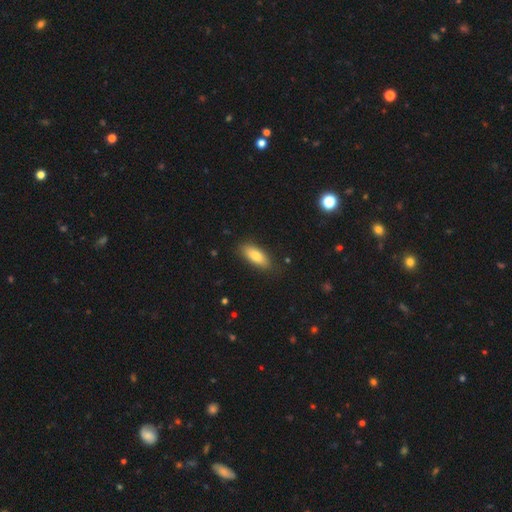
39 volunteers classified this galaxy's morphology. Smooth or featured?
  - smooth: 82% *
  - featured or disk: 13%
  - star or artifact: 5%
How rounded?
  - cigar-shaped: 50% *
  - in between: 44%
  - round: 6%
Merging?
  - none: 86% *
  - minor disturbance: 8%
  - major disturbance: 3%
  - merger: 3%